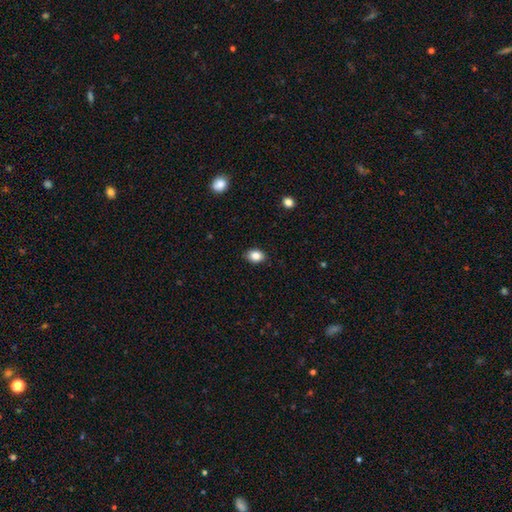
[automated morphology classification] smooth-or-featured: smooth: 85% | star or artifact: 9% | featured or disk: 6%
  how-rounded: in between: 72% | round: 27% | cigar-shaped: 1%
  merging: none: 86% | minor disturbance: 11% | major disturbance: 2% | merger: 1%